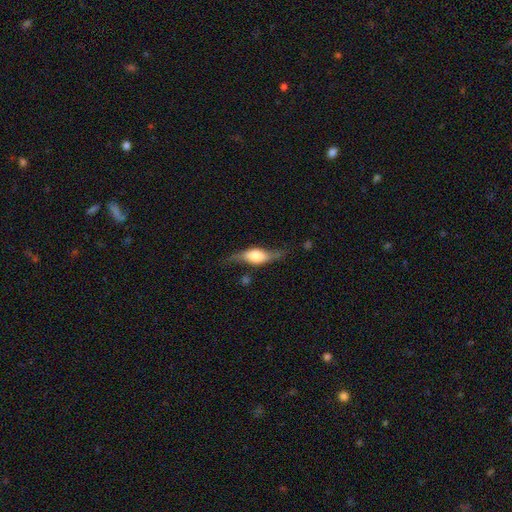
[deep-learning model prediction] This is possibly a featured or disk galaxy (59%). It is likely viewed edge-on (68%). Merging: possibly none (60%).